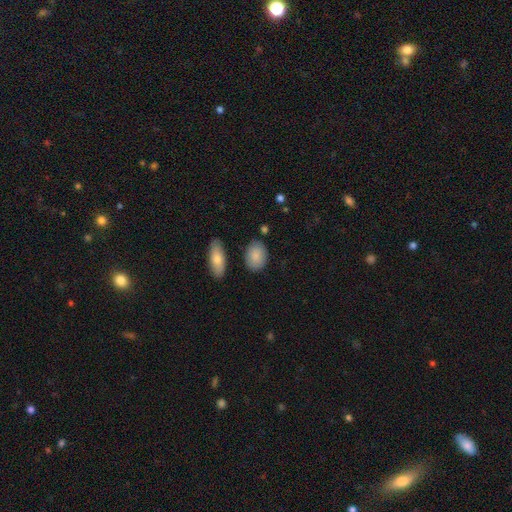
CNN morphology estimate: The model was most divided on "how rounded": in between: 78%, round: 20%, cigar-shaped: 2%. More confident: smooth or featured — smooth (87%); merging — none (81%).